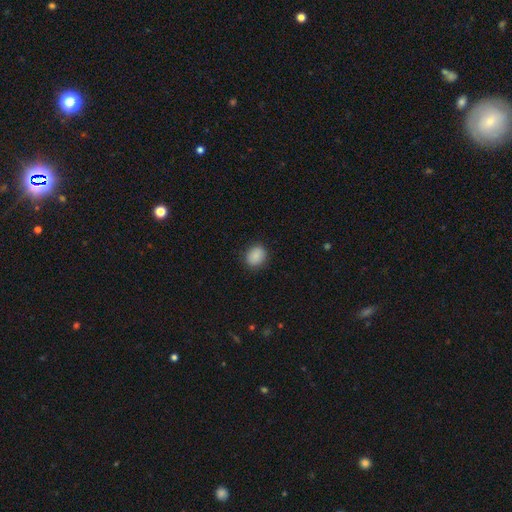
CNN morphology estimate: smooth_or_featured: smooth (p=0.88) [alt: star or artifact p=0.08]
how_rounded: round (p=0.56) [alt: in between p=0.43]
merging: none (p=0.87) [alt: minor disturbance p=0.09]